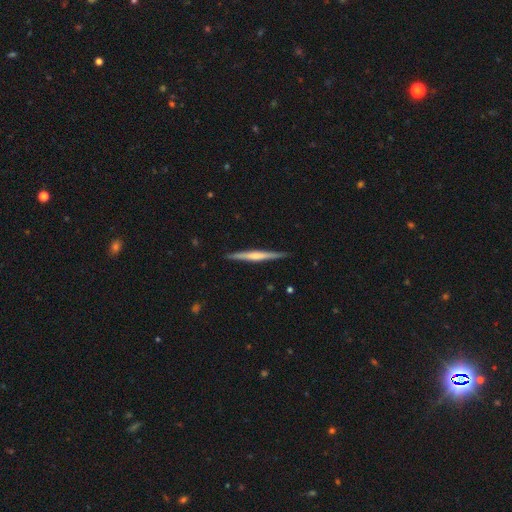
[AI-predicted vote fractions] featured or disk 64%, smooth 31%, star or artifact 5%. Down the decision tree: edge-on disk — yes (98%); edge-on bulge — rounded (54%); merging — none (91%).